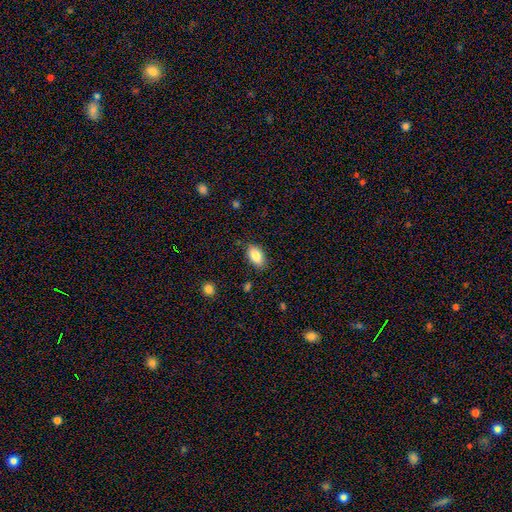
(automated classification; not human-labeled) This appears to be a smooth galaxy with no disk features (85%) that is in between round and cigar-shaped (91%). Merging: none (84%).